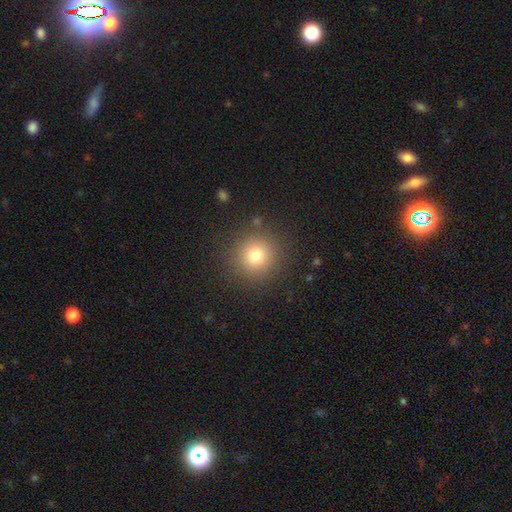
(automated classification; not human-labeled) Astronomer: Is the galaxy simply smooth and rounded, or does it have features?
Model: smooth — 75%.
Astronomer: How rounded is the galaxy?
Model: round — 95%.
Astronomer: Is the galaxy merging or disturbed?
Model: none — 88%.